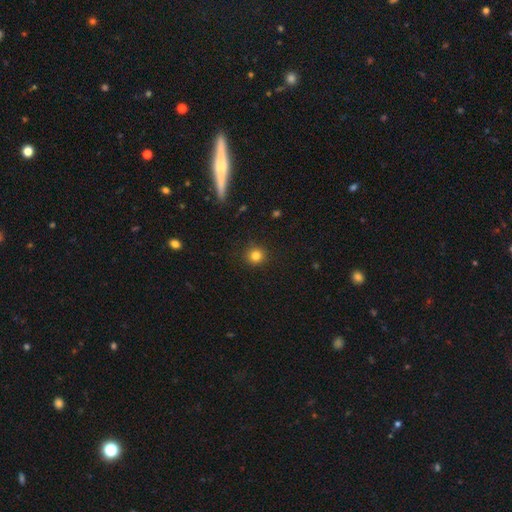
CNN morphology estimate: This appears to be a smooth galaxy with no disk features (82%) that is round (94%). Merging: none (91%).